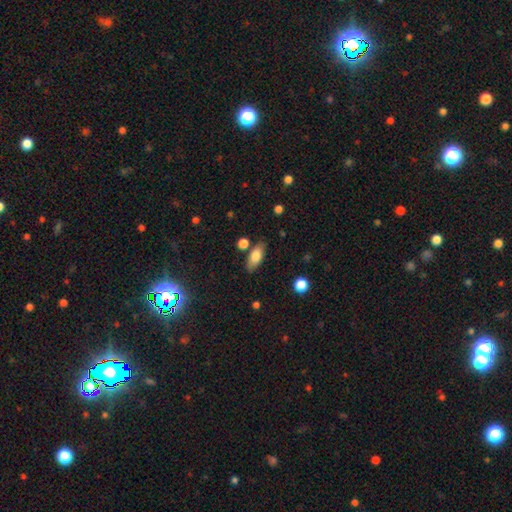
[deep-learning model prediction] This is likely a smooth galaxy (77%). How rounded: clearly in between (82%). Merging: likely none (79%).